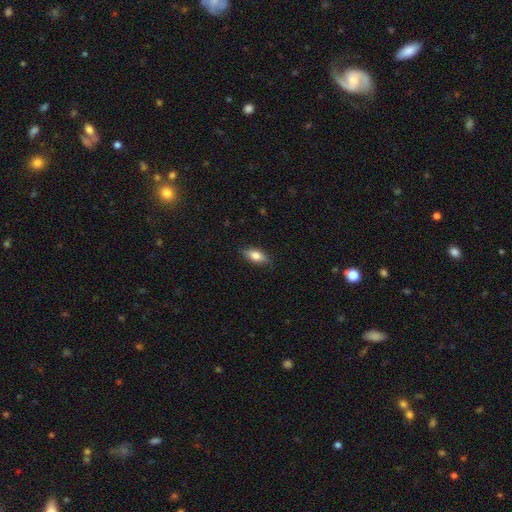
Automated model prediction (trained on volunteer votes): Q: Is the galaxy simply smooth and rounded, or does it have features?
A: smooth — 74%.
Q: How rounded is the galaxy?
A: in between — 81%.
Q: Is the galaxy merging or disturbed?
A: none — 85%.